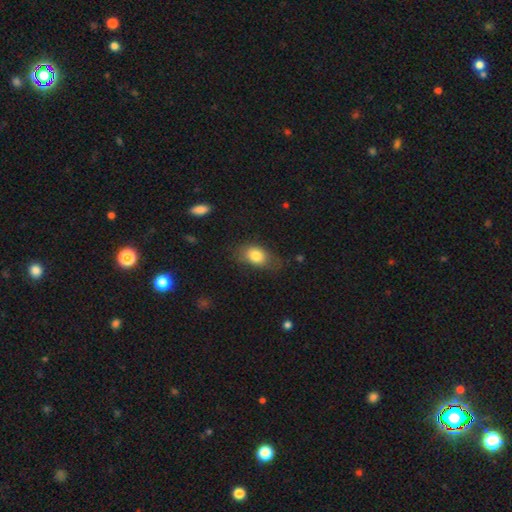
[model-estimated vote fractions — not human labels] This is clearly a smooth galaxy (81%). How rounded: clearly in between (81%). Merging: likely none (64%).